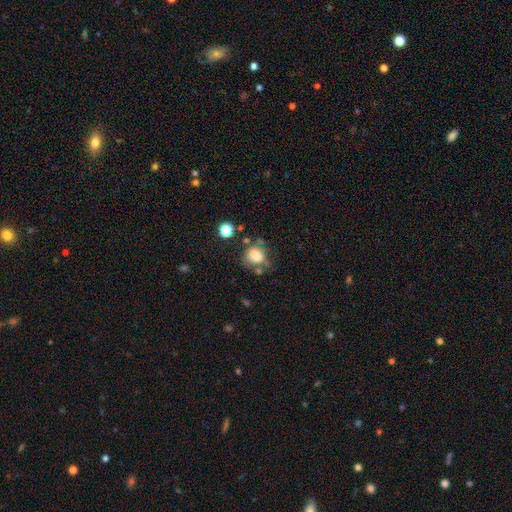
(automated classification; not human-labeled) Smooth or featured: smooth — 77% (featured or disk — 12%)
How rounded: round — 63% (in between — 36%)
Merging: none — 49% (minor disturbance — 23%)